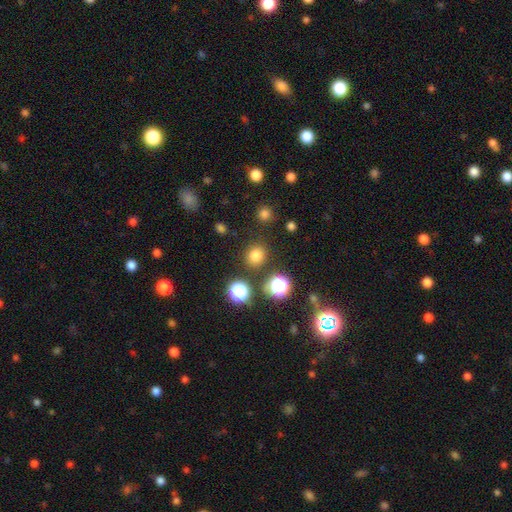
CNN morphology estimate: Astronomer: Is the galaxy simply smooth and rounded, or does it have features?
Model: smooth — 75%.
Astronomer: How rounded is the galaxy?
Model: round — 85%.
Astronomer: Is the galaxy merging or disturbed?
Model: none — 85%.